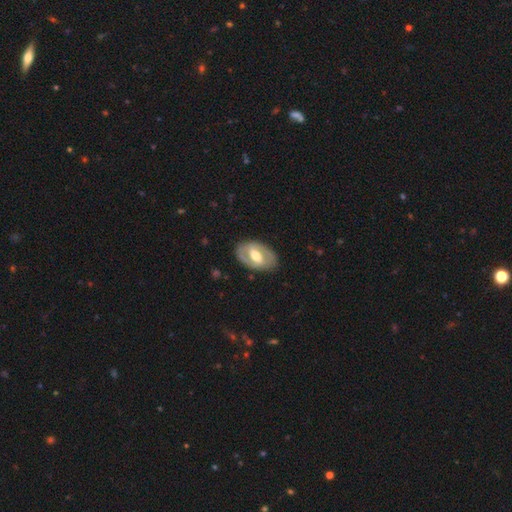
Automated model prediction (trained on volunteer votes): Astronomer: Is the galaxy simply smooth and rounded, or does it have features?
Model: featured or disk — 66%.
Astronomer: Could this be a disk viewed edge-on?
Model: no — 93%.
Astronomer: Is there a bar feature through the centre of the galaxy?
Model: weak — 40% (runner-up: strong, 35%).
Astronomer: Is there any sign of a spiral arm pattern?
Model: no — 56% (runner-up: yes, 44%).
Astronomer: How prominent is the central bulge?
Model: moderate — 71%.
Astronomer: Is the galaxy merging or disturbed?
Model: none — 83%.